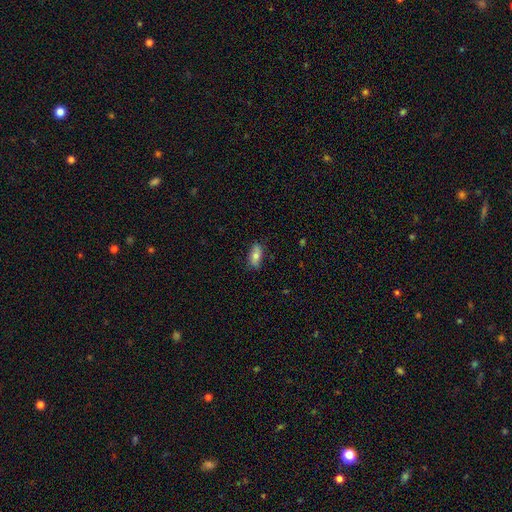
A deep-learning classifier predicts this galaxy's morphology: The model was most divided on "smooth or featured": smooth: 70%, featured or disk: 23%, star or artifact: 7%. More confident: how rounded — in between (80%); merging — none (80%).